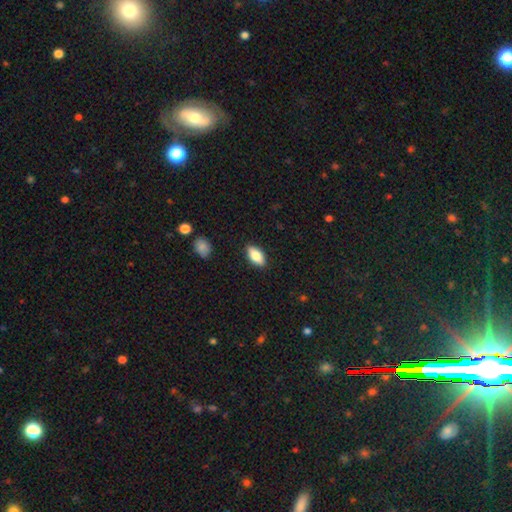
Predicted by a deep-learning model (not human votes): Q: Smooth or featured?
A: smooth (81%); runner-up: featured or disk (12%)
Q: How rounded?
A: in between (88%); runner-up: cigar-shaped (9%)
Q: Merging?
A: none (87%); runner-up: minor disturbance (10%)